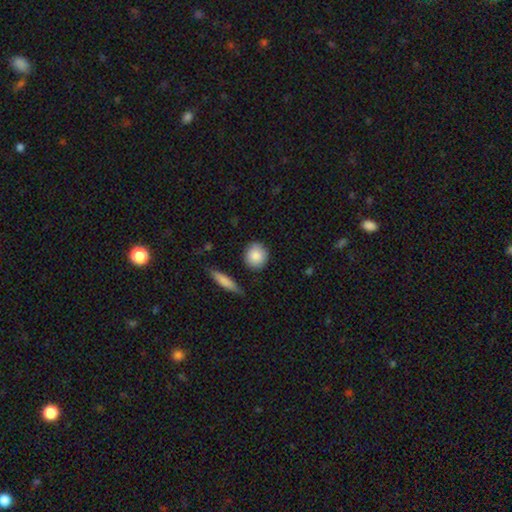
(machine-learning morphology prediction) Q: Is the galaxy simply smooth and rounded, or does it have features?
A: smooth — 87%.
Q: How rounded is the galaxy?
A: round — 81%.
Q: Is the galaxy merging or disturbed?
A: none — 85%.